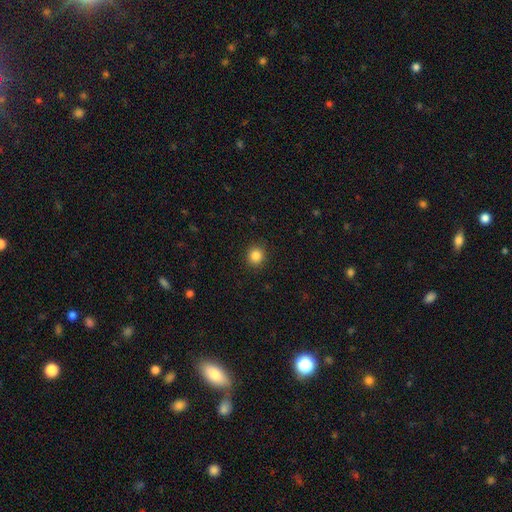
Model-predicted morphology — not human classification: smooth-or-featured: smooth: 85% | star or artifact: 11% | featured or disk: 4%
  how-rounded: round: 89% | in between: 10% | cigar-shaped: 1%
  merging: none: 91% | minor disturbance: 6% | major disturbance: 2% | merger: 1%